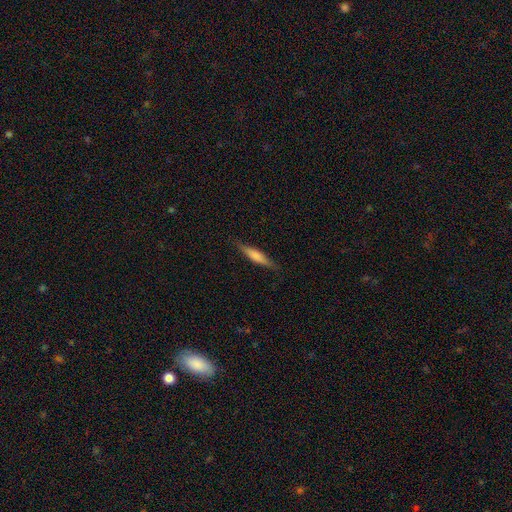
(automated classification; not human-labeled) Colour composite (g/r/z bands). It shows a smooth galaxy with no disk features (57%) that is cigar-shaped (83%). Merging: none (85%).